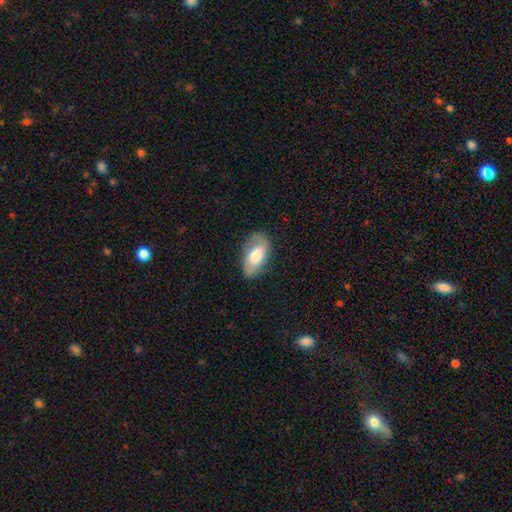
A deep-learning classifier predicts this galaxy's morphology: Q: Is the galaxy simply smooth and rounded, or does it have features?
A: smooth — 60%.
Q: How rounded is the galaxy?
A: in between — 93%.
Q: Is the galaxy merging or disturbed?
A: none — 77%.